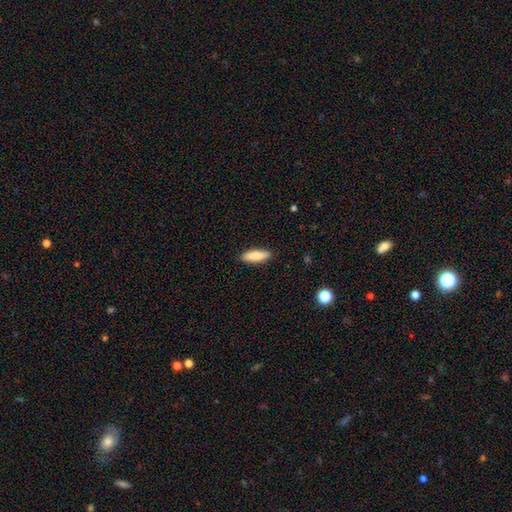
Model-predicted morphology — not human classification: The model was most divided on "how rounded": cigar-shaped: 52%, in between: 47%, round: 2%. More confident: merging — none (89%); smooth or featured — smooth (85%).